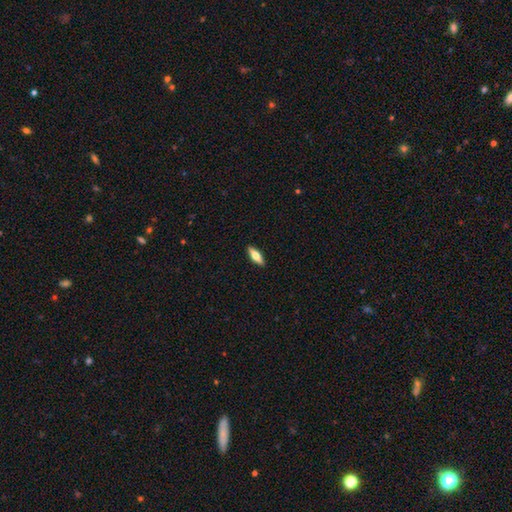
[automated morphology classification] This appears to be a smooth galaxy with no disk features (55%) that is in between round and cigar-shaped (53%). Merging: none (91%).